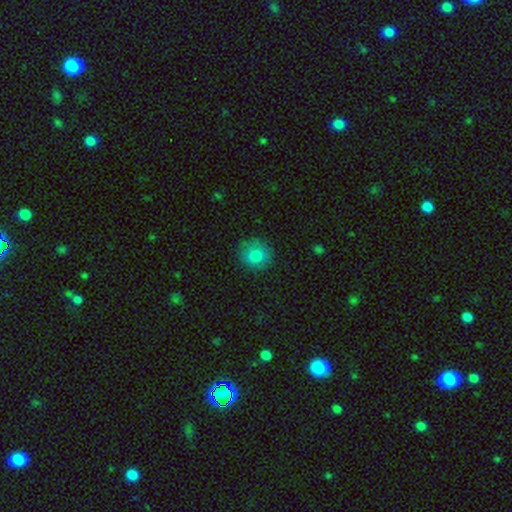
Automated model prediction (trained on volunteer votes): A smooth galaxy with no disk features (82%) that is round (88%). Merging: none (84%).